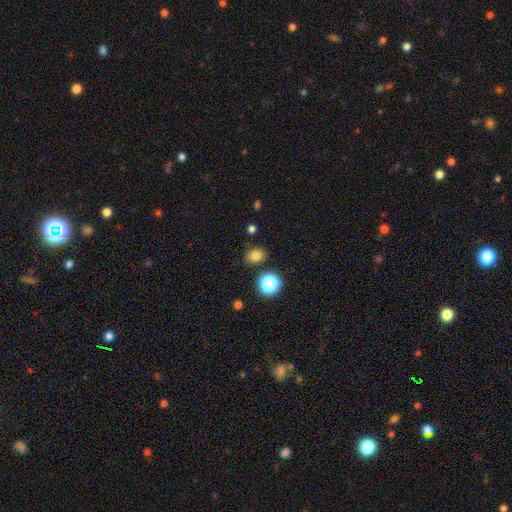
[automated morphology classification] This appears to be a smooth galaxy with no disk features (78%) that is round (55%). Merging: none (81%).